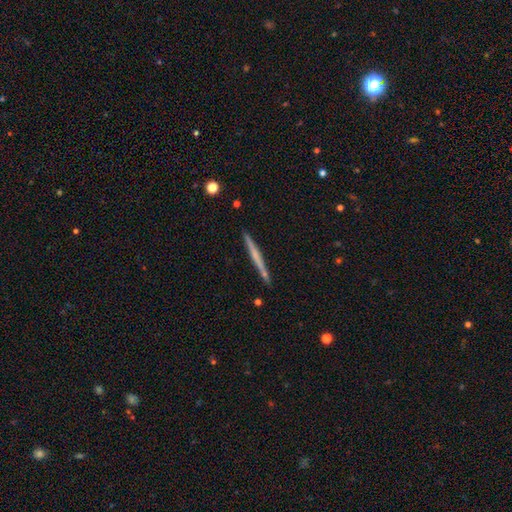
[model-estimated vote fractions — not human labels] This is possibly a featured or disk galaxy (56%). It is clearly viewed edge-on (98%). Edge-on bulge: likely none (71%). Merging: clearly none (89%).